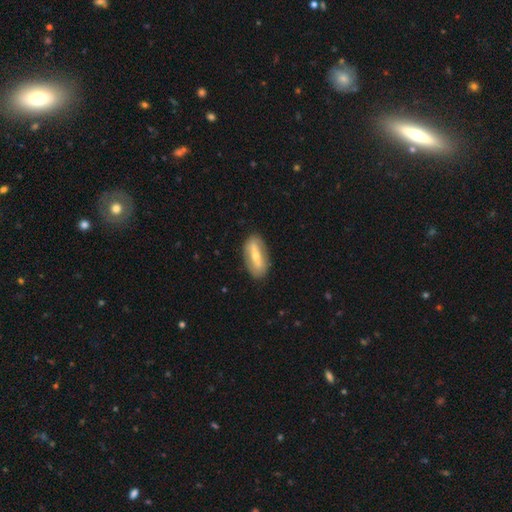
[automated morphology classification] The model was most divided on "smooth or featured": featured or disk: 54%, smooth: 40%, star or artifact: 6%. More confident: merging — none (83%); edge-on disk — no (75%).